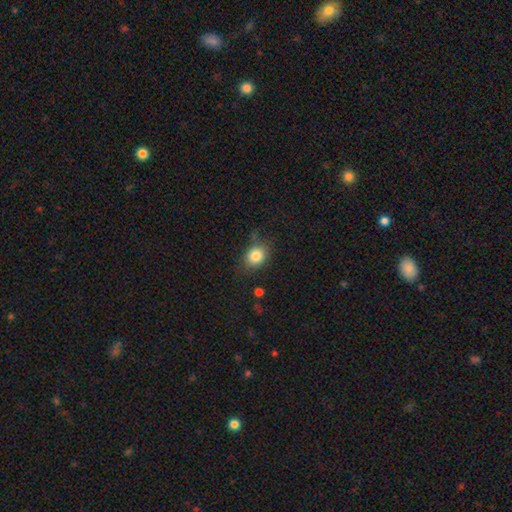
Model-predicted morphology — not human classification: smooth-or-featured: smooth: 83% | star or artifact: 10% | featured or disk: 7%
  how-rounded: round: 58% | in between: 41% | cigar-shaped: 1%
  merging: none: 72% | minor disturbance: 19% | major disturbance: 5% | merger: 3%